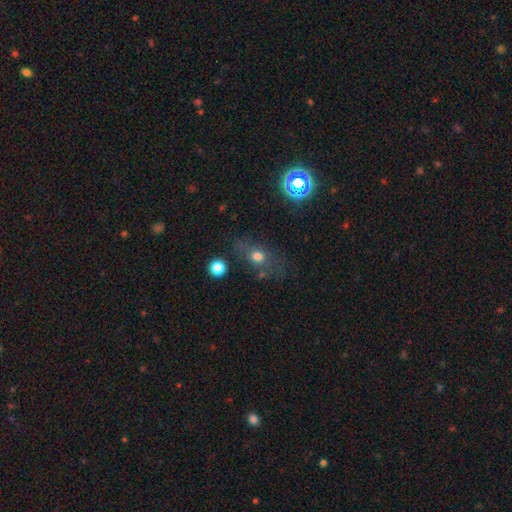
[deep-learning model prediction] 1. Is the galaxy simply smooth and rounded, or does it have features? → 54% smooth, 26% star or artifact, 20% featured or disk.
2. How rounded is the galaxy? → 53% in between, 40% round, 7% cigar-shaped.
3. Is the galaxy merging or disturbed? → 69% none, 17% minor disturbance, 9% major disturbance, 5% merger.